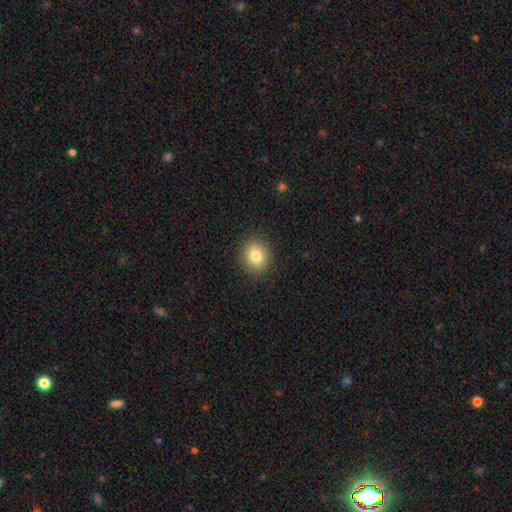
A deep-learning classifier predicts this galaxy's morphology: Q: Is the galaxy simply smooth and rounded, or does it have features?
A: smooth — 82%.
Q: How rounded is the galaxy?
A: round — 71%.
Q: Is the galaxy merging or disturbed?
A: none — 90%.